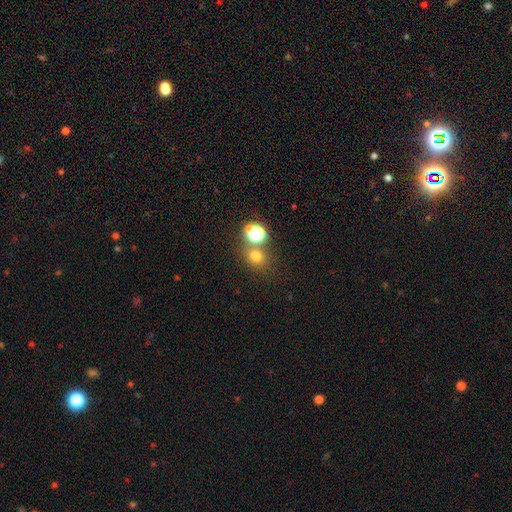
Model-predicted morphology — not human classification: Smooth or featured? smooth (69%)
How rounded? round (80%)
Merging? none (68%)